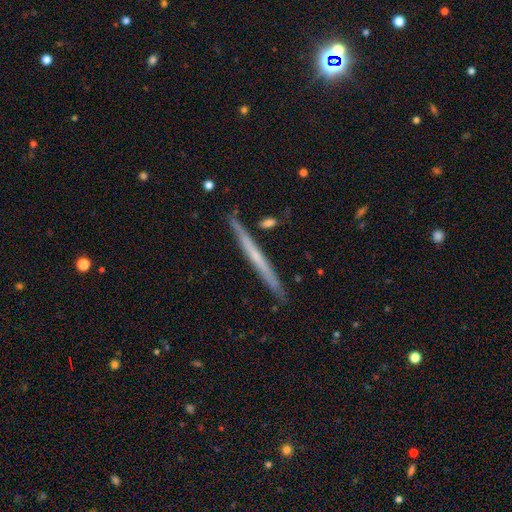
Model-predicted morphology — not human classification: Smooth or featured?
  - featured or disk: 56% *
  - smooth: 37%
  - star or artifact: 7%
Edge-on disk?
  - yes: 97% *
  - no: 3%
Edge-on bulge?
  - none: 82% *
  - rounded: 14%
  - boxy: 4%
Merging?
  - none: 89% *
  - minor disturbance: 8%
  - merger: 2%
  - major disturbance: 1%